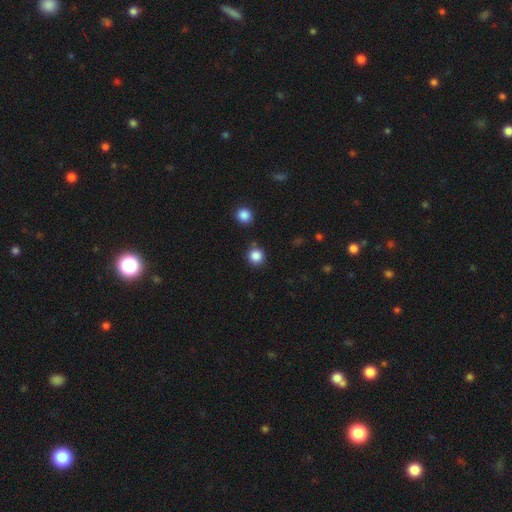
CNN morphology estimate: smooth-or-featured: smooth: 85% | star or artifact: 11% | featured or disk: 4%
  how-rounded: round: 94% | in between: 5% | cigar-shaped: 1%
  merging: none: 85% | minor disturbance: 8% | merger: 5% | major disturbance: 3%